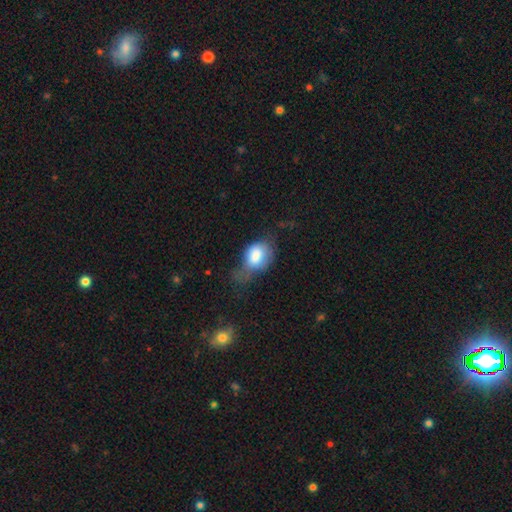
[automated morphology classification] A smooth galaxy with no disk features (75%) that is in between round and cigar-shaped (72%).

Vote fractions:
- Smooth or featured? smooth: 75% / featured or disk: 16% / star or artifact: 8%
- How rounded? in between: 72% / round: 27% / cigar-shaped: 2%
- Merging? major disturbance: 40% / minor disturbance: 34% / none: 21% / merger: 5%